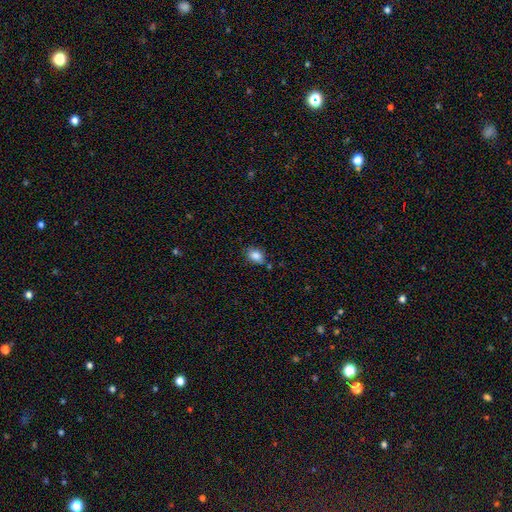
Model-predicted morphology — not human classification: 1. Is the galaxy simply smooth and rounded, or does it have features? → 85% smooth, 9% star or artifact, 6% featured or disk.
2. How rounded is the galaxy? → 72% in between, 27% round, 1% cigar-shaped.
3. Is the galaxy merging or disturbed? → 75% none, 17% minor disturbance, 6% merger, 3% major disturbance.